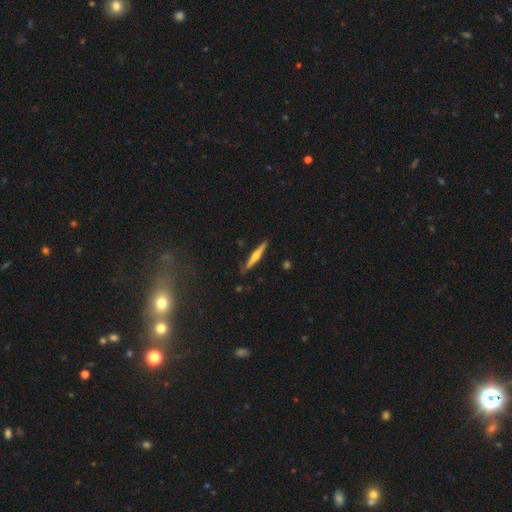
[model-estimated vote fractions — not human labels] Smooth or featured: featured or disk — 64% (smooth — 31%)
Edge-on disk: yes — 97% (no — 3%)
Edge-on bulge: rounded — 86% (none — 9%)
Merging: none — 85% (minor disturbance — 11%)